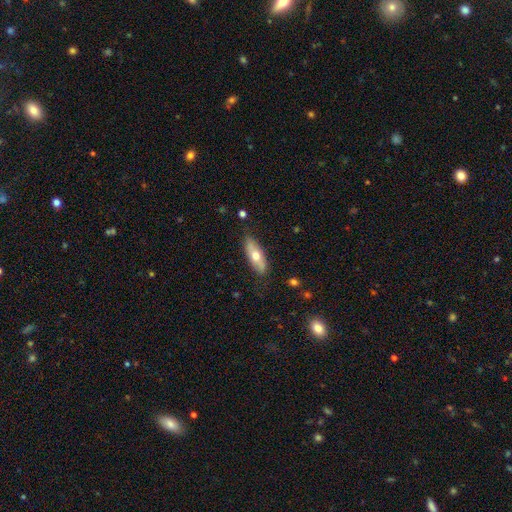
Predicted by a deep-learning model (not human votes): smooth-or-featured: smooth: 59% | featured or disk: 35% | star or artifact: 6%
  how-rounded: in between: 66% | cigar-shaped: 32% | round: 3%
  merging: none: 81% | minor disturbance: 15% | major disturbance: 3% | merger: 1%